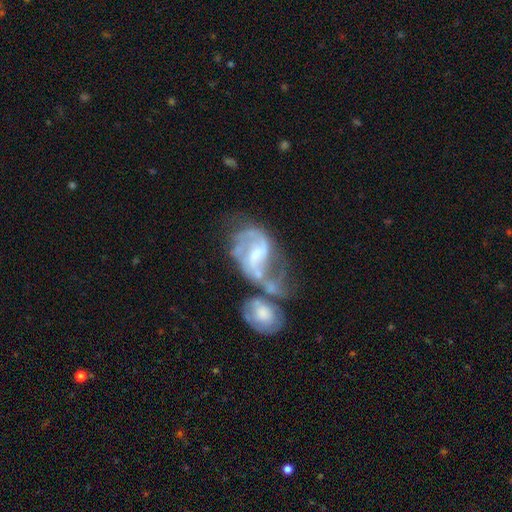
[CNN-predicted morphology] A featured or disk galaxy (83%) with a weak bar (49%), 2 (74%) medium (44%) spiral arms (89%) and a small central bulge (46%, tied with moderate). Merging: merger (56%).